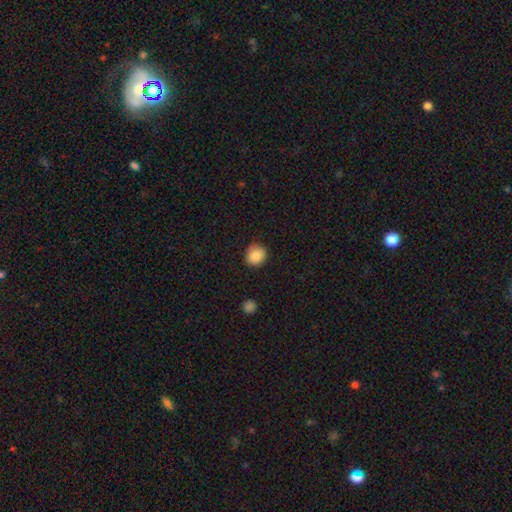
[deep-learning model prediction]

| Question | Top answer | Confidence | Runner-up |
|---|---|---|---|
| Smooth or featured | smooth | 87% | star or artifact (9%) |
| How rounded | round | 83% | in between (16%) |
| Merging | none | 88% | minor disturbance (9%) |